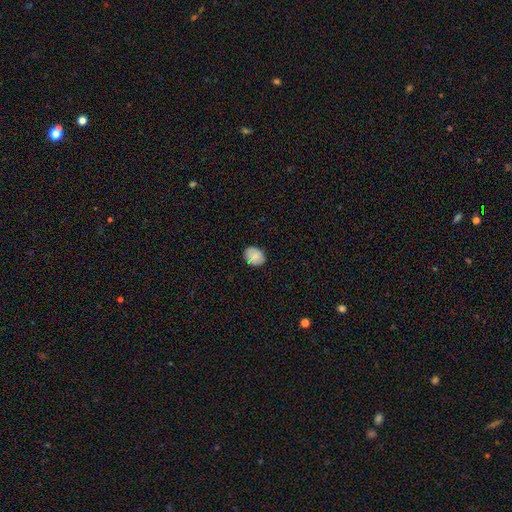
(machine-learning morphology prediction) Q: Smooth or featured?
A: smooth (72%); runner-up: featured or disk (17%)
Q: How rounded?
A: in between (52%); runner-up: round (46%)
Q: Merging?
A: none (82%); runner-up: minor disturbance (14%)